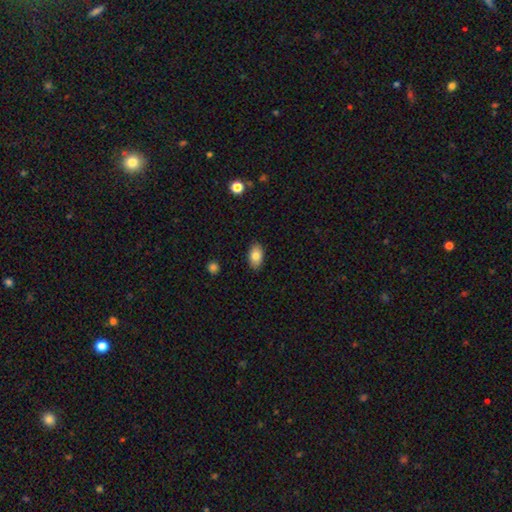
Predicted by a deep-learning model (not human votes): This appears to be a smooth galaxy with no disk features (82%) that is in between round and cigar-shaped (91%). Merging: none (88%).